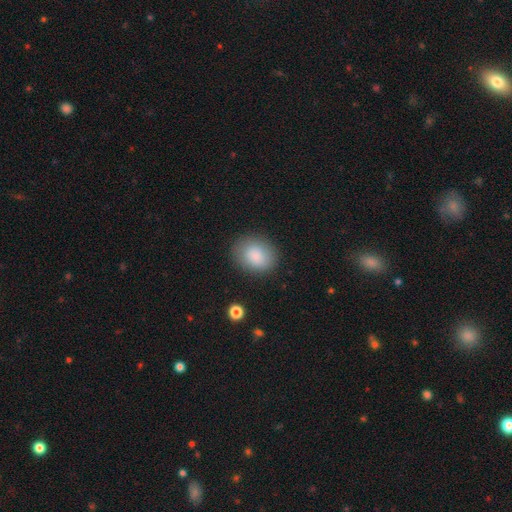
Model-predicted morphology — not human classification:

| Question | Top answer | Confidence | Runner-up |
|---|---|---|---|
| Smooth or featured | smooth | 86% | star or artifact (7%) |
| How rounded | round | 52% | in between (47%) |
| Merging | none | 83% | minor disturbance (12%) |